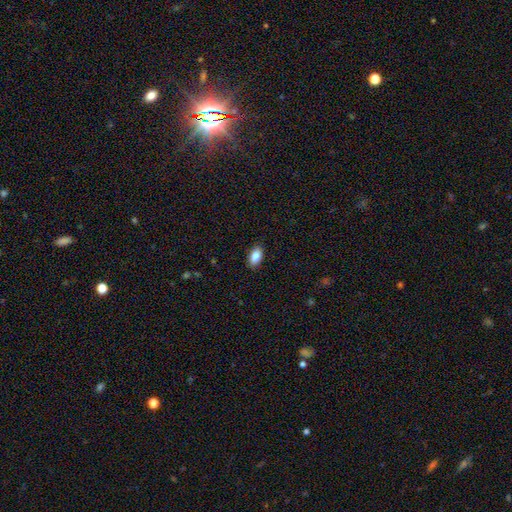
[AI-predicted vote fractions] Morphology: type=smooth (85%); roundness=in between (92%); merging=none (89%).